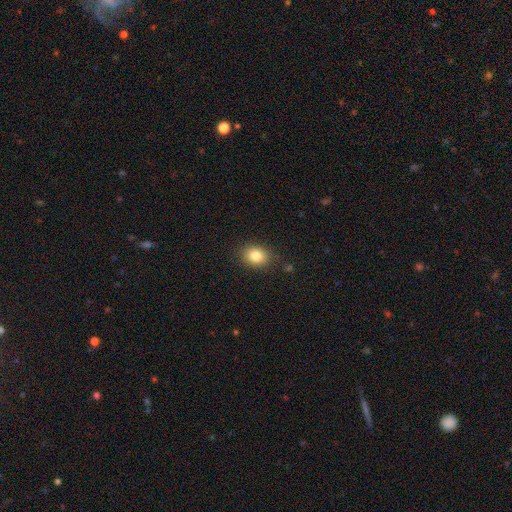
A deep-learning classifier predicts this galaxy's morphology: type=smooth (83%); roundness=in between (58%); merging=none (84%).